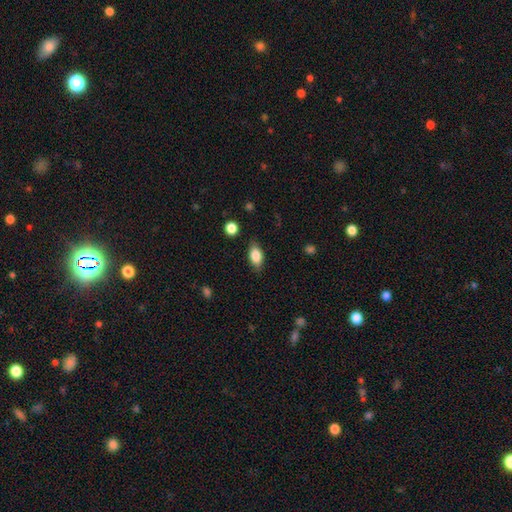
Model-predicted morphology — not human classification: Smooth or featured?
  - smooth: 82% *
  - featured or disk: 10%
  - star or artifact: 7%
How rounded?
  - in between: 87% *
  - round: 7%
  - cigar-shaped: 6%
Merging?
  - none: 82% *
  - minor disturbance: 13%
  - major disturbance: 3%
  - merger: 1%